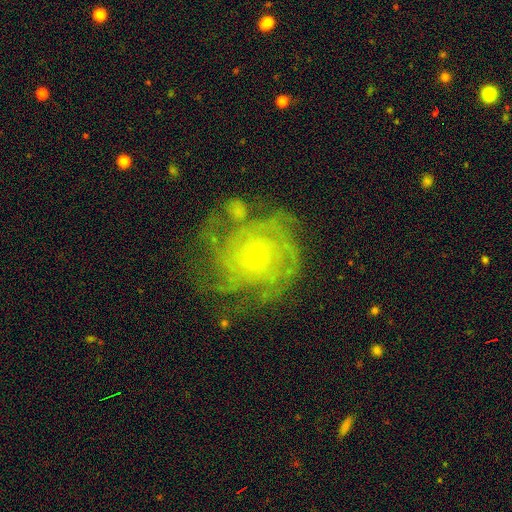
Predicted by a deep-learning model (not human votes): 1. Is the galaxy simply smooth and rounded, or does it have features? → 83% featured or disk, 9% smooth, 8% star or artifact.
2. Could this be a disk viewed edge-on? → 98% no, 2% yes.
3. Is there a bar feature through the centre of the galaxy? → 70% no, 25% weak, 5% strong.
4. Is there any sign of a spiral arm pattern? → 94% yes, 6% no.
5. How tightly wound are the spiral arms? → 68% tight, 26% medium, 7% loose.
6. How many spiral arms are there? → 33% can't tell, 25% 4, 15% 3, 12% more than 4, 9% 2, 6% 1.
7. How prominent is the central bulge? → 82% small, 12% moderate, 3% none, 1% large, 1% dominant.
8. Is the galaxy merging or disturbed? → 60% none, 19% minor disturbance, 14% major disturbance, 7% merger.